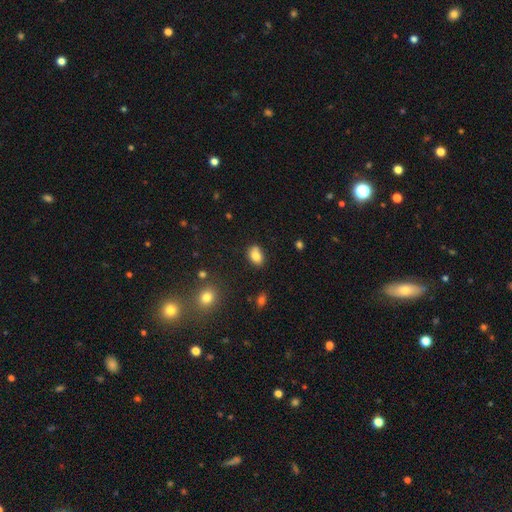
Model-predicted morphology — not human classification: smooth-or-featured: smooth: 81% | star or artifact: 10% | featured or disk: 9%
  how-rounded: in between: 80% | round: 18% | cigar-shaped: 1%
  merging: none: 74% | minor disturbance: 15% | merger: 7% | major disturbance: 3%